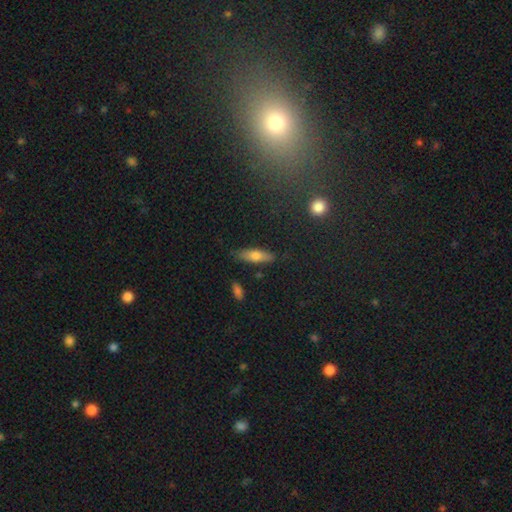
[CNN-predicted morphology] This is likely a smooth galaxy (69%). How rounded: possibly in between (50%). Merging: clearly none (81%).